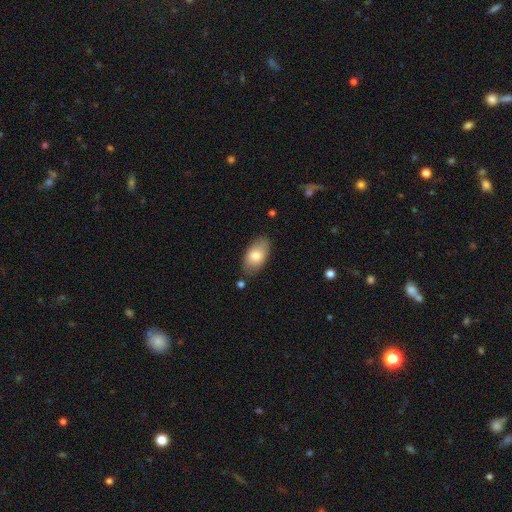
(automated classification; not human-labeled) Morphology: type=smooth (78%); roundness=in between (93%); merging=none (80%).